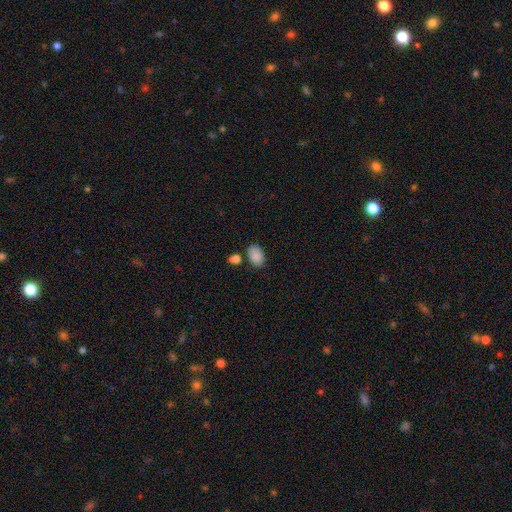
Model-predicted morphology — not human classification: smooth-or-featured: smooth: 88% | star or artifact: 8% | featured or disk: 4%
  how-rounded: in between: 89% | round: 10% | cigar-shaped: 1%
  merging: none: 74% | minor disturbance: 13% | merger: 9% | major disturbance: 4%